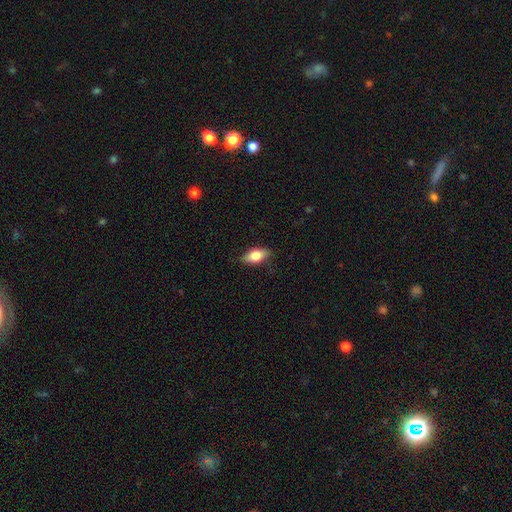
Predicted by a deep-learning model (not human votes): smooth-or-featured: smooth: 74% | featured or disk: 20% | star or artifact: 7%
  how-rounded: in between: 85% | cigar-shaped: 10% | round: 4%
  merging: none: 83% | minor disturbance: 13% | major disturbance: 3% | merger: 1%